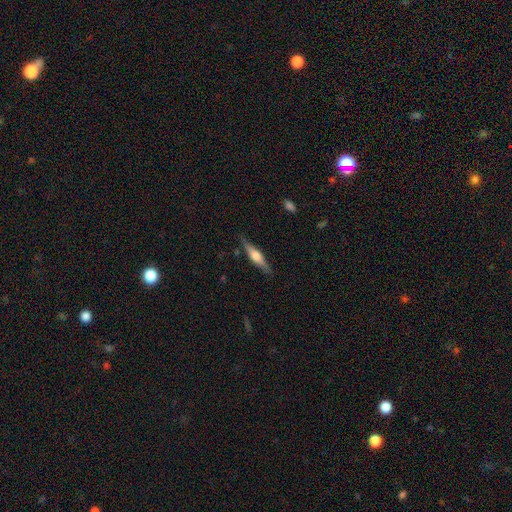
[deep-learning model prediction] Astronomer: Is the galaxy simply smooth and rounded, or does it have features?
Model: featured or disk — 64%.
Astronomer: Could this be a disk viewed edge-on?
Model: yes — 96%.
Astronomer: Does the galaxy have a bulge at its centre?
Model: rounded — 87%.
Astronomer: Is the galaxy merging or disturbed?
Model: none — 86%.